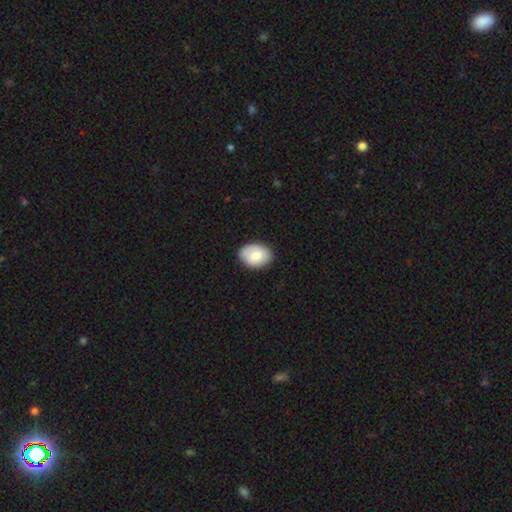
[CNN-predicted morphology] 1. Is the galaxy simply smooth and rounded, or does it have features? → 78% smooth, 16% featured or disk, 6% star or artifact.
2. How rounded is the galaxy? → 74% in between, 25% round, 1% cigar-shaped.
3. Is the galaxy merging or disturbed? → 84% none, 12% minor disturbance, 2% major disturbance, 1% merger.